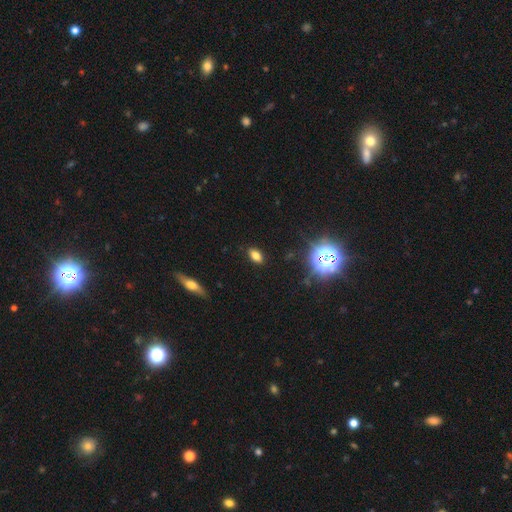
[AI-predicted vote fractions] Smooth or featured? smooth (75%)
How rounded? in between (88%)
Merging? none (87%)